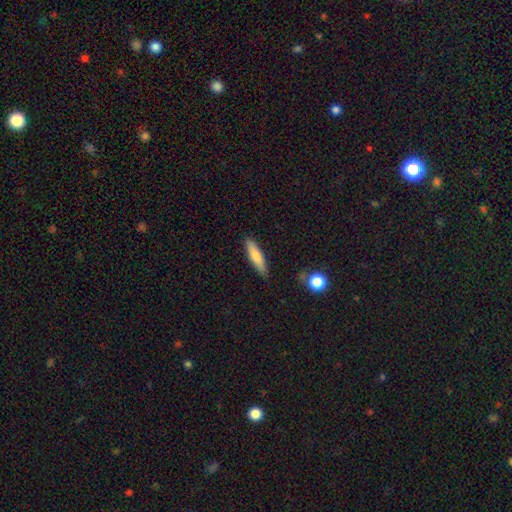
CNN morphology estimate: This appears to be a smooth galaxy with no disk features (70%) that is cigar-shaped (77%). Merging: none (84%).